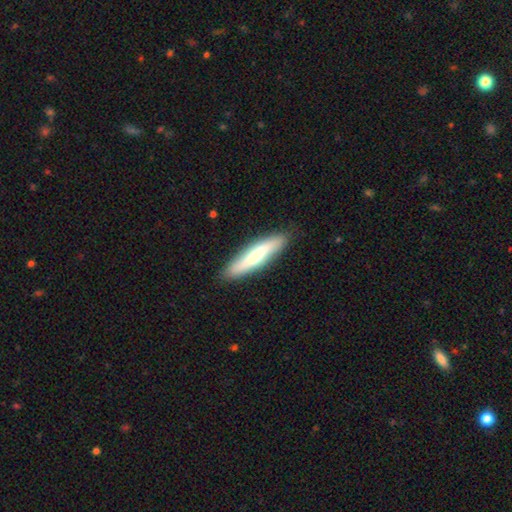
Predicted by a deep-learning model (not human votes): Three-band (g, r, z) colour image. It shows a smooth galaxy with no disk features (58%) that is cigar-shaped (85%). Merging: none (89%).